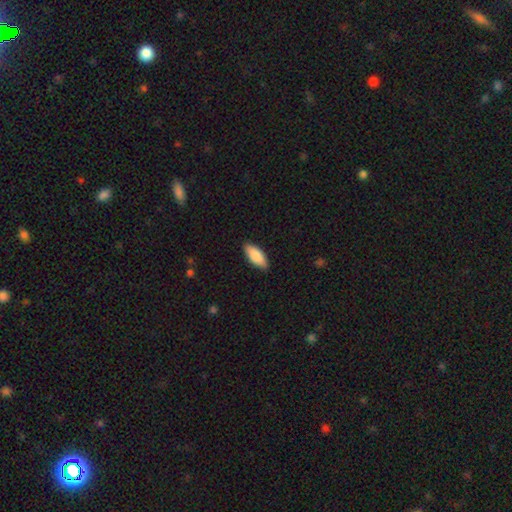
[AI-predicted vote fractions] Smooth or featured?
  - smooth: 85% *
  - featured or disk: 9%
  - star or artifact: 5%
How rounded?
  - in between: 80% *
  - cigar-shaped: 19%
  - round: 2%
Merging?
  - none: 88% *
  - minor disturbance: 9%
  - major disturbance: 2%
  - merger: 1%